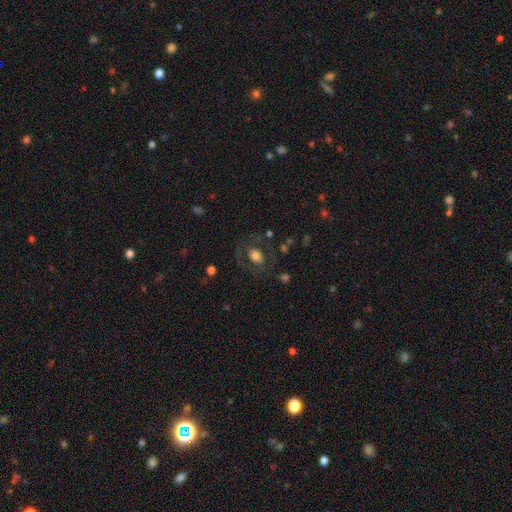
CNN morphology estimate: A smooth galaxy with no disk features (56%) that is in between round and cigar-shaped (62%). Merging: none (72%).